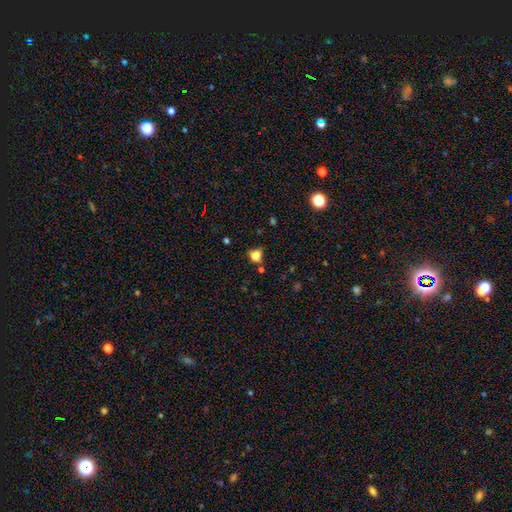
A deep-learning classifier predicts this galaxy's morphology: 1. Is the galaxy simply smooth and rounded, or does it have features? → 77% smooth, 15% star or artifact, 8% featured or disk.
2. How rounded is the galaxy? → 54% round, 45% in between, 2% cigar-shaped.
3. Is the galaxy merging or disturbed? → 54% none, 26% minor disturbance, 11% merger, 10% major disturbance.